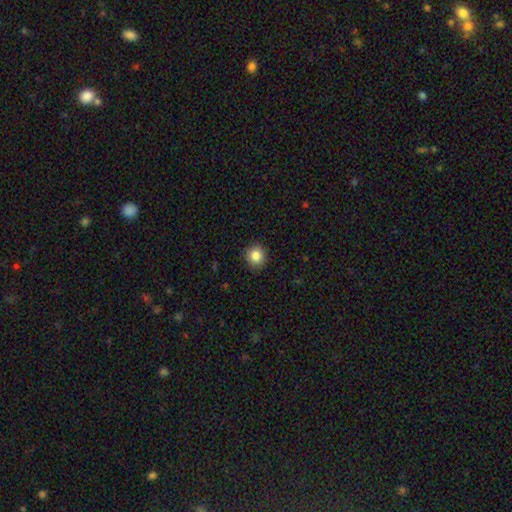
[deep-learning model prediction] Smooth or featured? smooth (85%)
How rounded? round (91%)
Merging? none (91%)